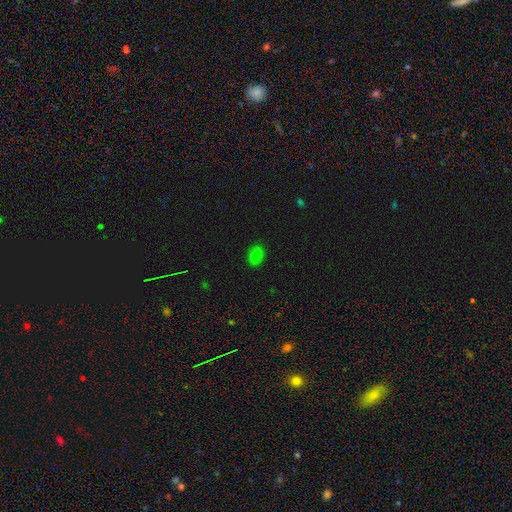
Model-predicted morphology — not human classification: type=smooth (70%); roundness=in between (61%); merging=none (85%).